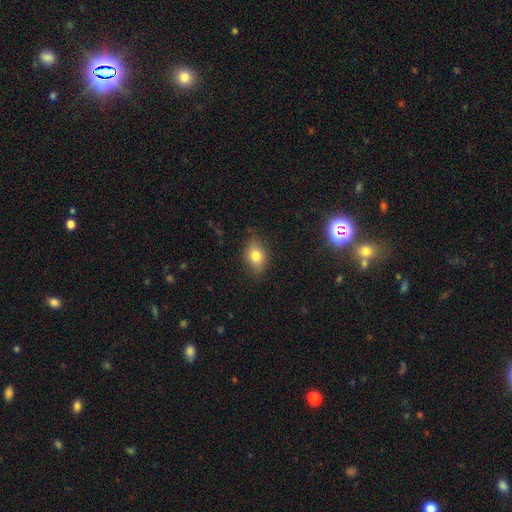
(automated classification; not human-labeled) Overall: smooth (79%). How rounded: in between (76%). Merging: none (81%).